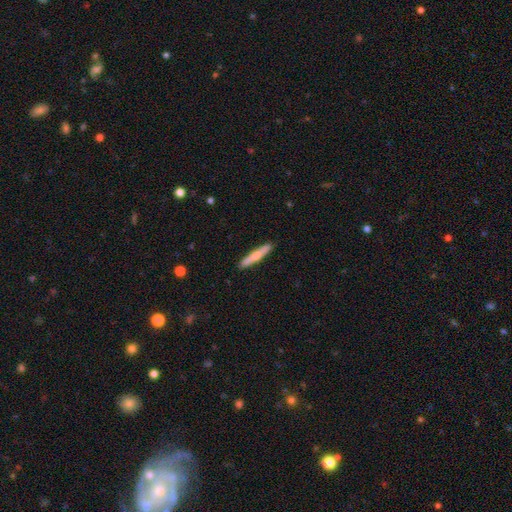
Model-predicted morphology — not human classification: This appears to be a smooth galaxy with no disk features (53%) that is cigar-shaped (93%). Merging: none (90%).